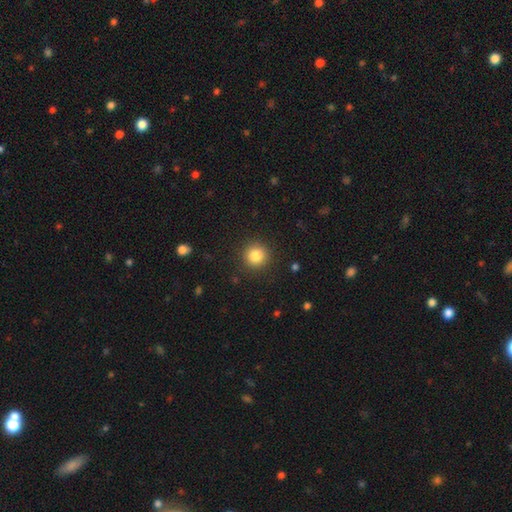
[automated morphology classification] This appears to be a smooth galaxy with no disk features (84%) that is round (94%). Merging: none (91%).